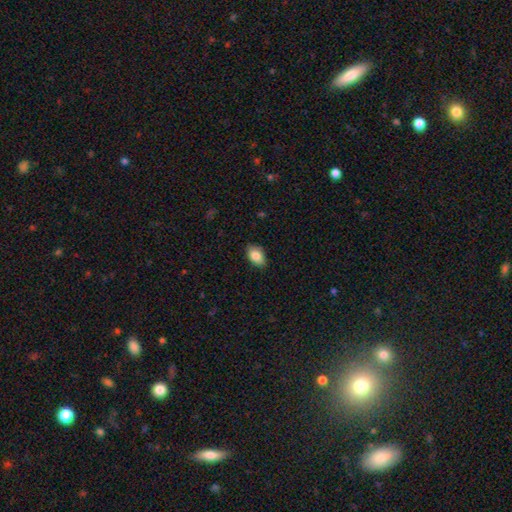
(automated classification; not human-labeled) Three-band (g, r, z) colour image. It shows a smooth galaxy with no disk features (85%) that is in between round and cigar-shaped (90%). Merging: none (85%).